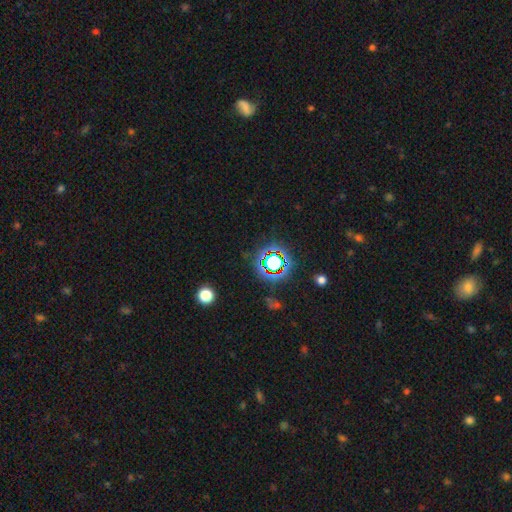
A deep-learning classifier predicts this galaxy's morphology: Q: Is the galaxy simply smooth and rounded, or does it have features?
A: star or artifact — 75%.